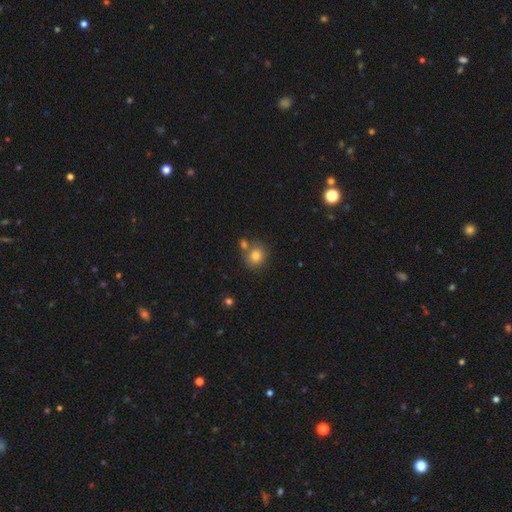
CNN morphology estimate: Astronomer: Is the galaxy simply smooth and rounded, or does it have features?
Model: smooth — 80%.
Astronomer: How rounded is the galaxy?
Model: round — 84%.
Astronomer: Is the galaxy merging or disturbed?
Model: none — 65%.